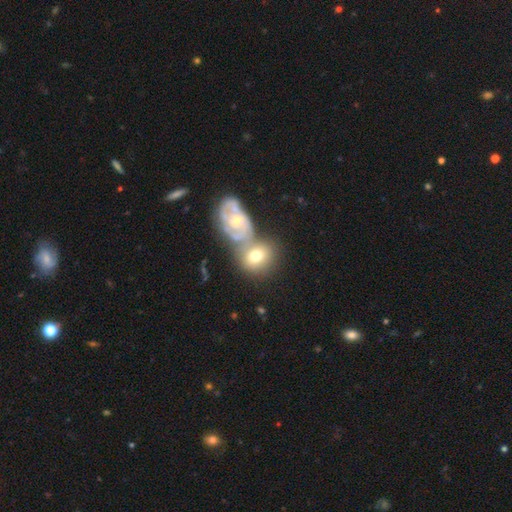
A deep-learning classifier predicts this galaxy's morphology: The model was most divided on "how rounded": round: 53%, in between: 45%, cigar-shaped: 2%. Remaining: smooth or featured — smooth (51%); merging — merger (50%).